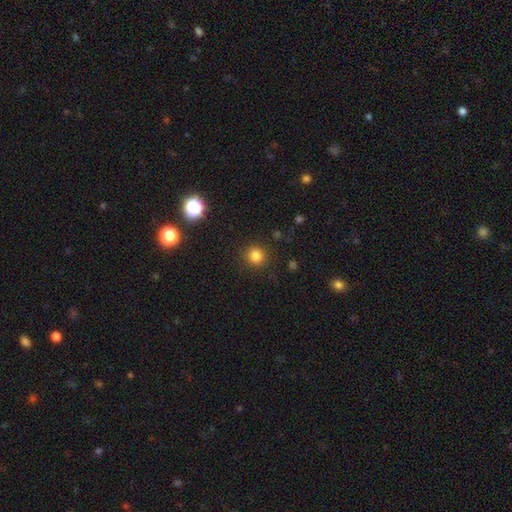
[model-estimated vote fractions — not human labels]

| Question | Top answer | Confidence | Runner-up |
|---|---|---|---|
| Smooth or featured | smooth | 82% | star or artifact (13%) |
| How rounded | round | 92% | in between (7%) |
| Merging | none | 89% | minor disturbance (7%) |